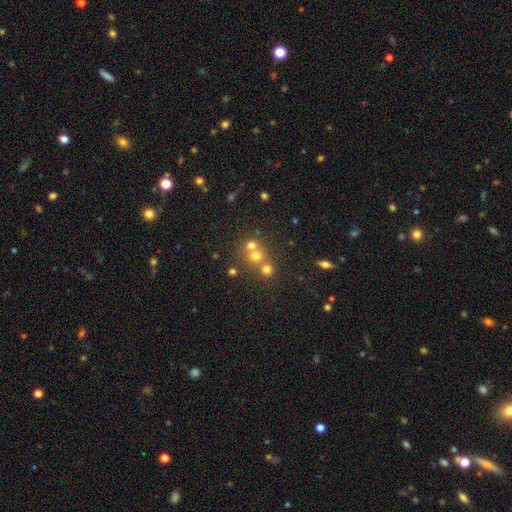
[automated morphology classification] Smooth or featured? smooth (60%)
How rounded? round (85%)
Merging? merger (46%)